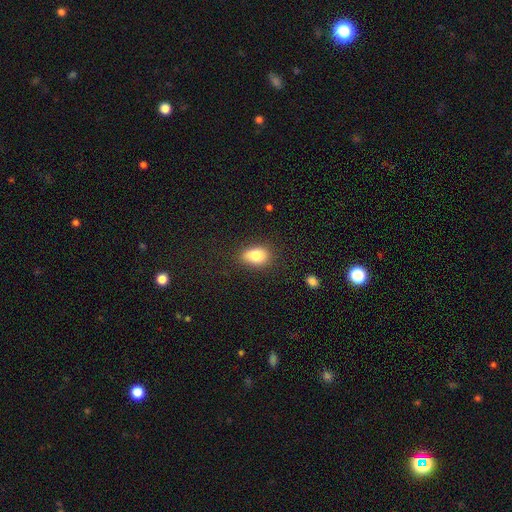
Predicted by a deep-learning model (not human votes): The model was most divided on "how rounded": in between: 78%, round: 20%, cigar-shaped: 2%. More confident: smooth or featured — smooth (81%); merging — none (77%).